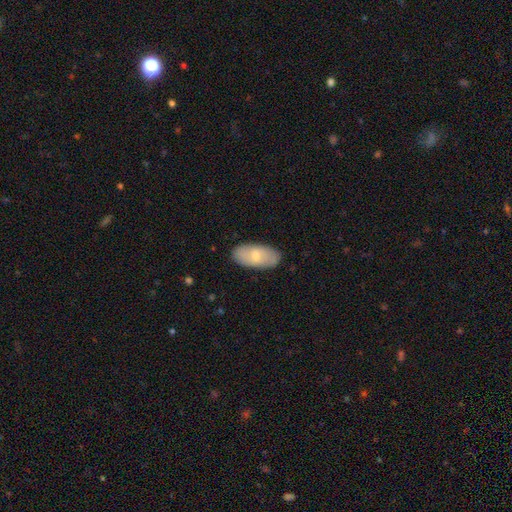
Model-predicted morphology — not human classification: Smooth or featured? Predicted: smooth (p=0.66). How rounded? Predicted: in between (p=0.93). Merging? Predicted: none (p=0.85).